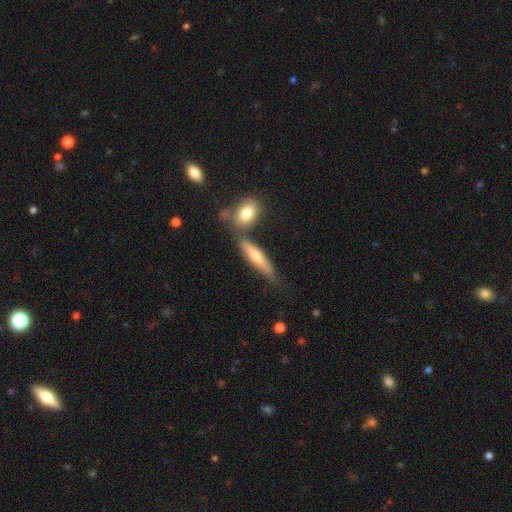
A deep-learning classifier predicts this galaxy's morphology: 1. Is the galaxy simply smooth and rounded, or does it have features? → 60% smooth, 33% featured or disk, 7% star or artifact.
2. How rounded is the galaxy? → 74% cigar-shaped, 23% in between, 3% round.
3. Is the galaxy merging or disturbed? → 58% none, 22% merger, 15% minor disturbance, 5% major disturbance.